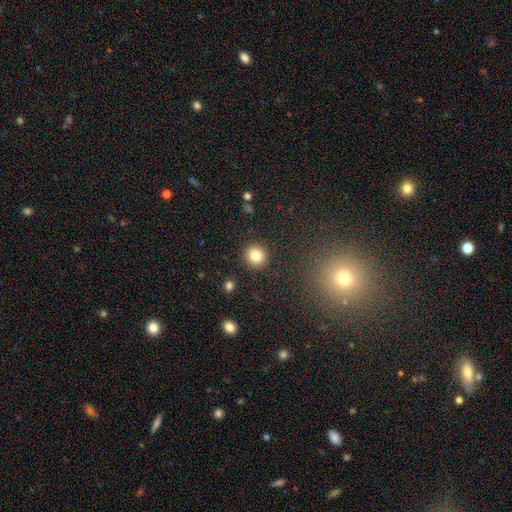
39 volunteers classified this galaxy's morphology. Smooth or featured? 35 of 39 (90%) said smooth. How rounded? 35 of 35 (100%) said round. Merging? 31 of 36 (86%) said none.